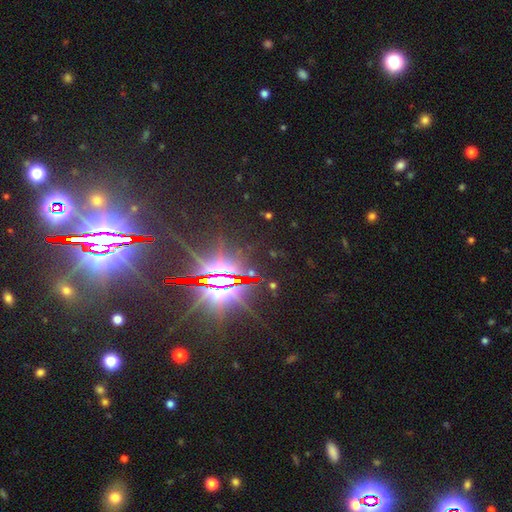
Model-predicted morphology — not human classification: star or artifact 85%, featured or disk 9%, smooth 6%.